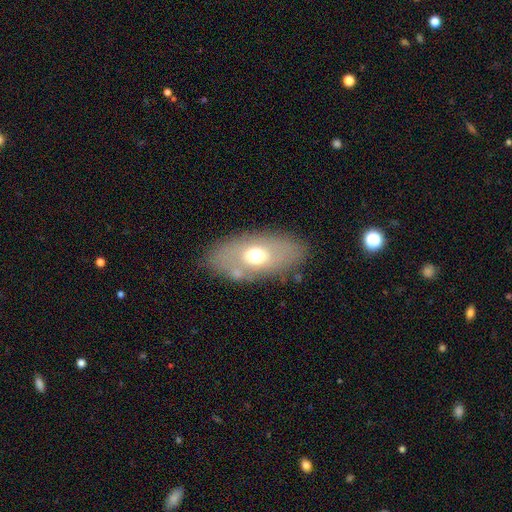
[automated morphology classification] This is possibly a smooth galaxy (55%). How rounded: clearly in between (88%). Merging: clearly none (80%).